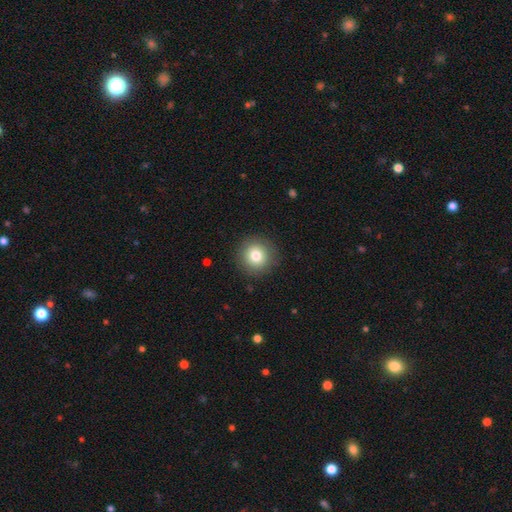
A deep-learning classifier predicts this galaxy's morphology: A smooth galaxy with no disk features (80%) that is round (94%).

Vote fractions:
- Smooth or featured? smooth: 80% / star or artifact: 11% / featured or disk: 10%
- How rounded? round: 94% / in between: 5% / cigar-shaped: 1%
- Merging? none: 90% / minor disturbance: 7% / major disturbance: 2% / merger: 1%